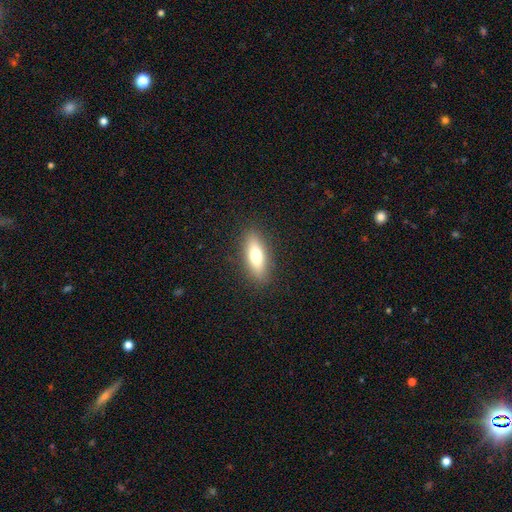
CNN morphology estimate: This appears to be a smooth galaxy with no disk features (72%) that is in between round and cigar-shaped (57%). Merging: none (88%).